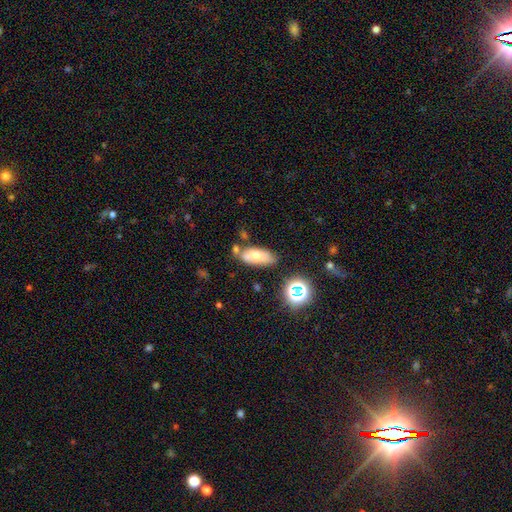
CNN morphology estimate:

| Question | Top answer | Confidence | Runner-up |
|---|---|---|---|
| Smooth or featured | smooth | 65% | featured or disk (24%) |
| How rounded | in between | 82% | cigar-shaped (14%) |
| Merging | none | 60% | minor disturbance (21%) |